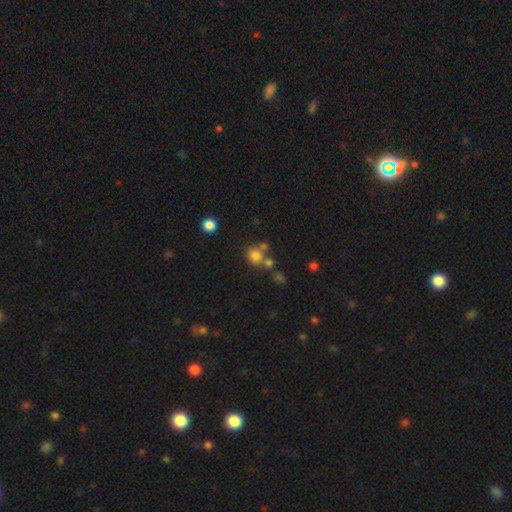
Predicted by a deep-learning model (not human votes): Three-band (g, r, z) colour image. It shows a smooth galaxy with no disk features (75%) that is round (82%). Merging: none (61%).